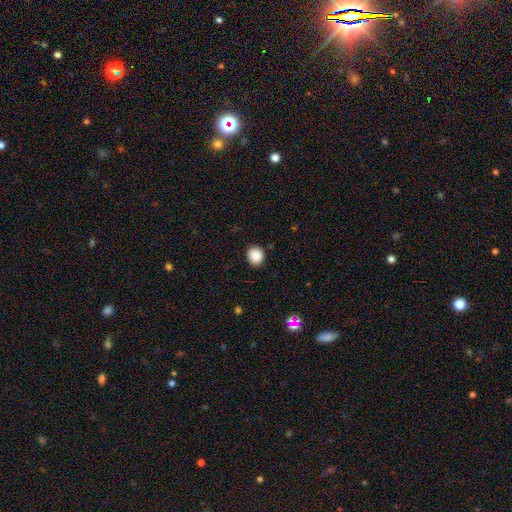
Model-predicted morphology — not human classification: Overall: smooth (88%). How rounded: round (78%). Merging: none (86%).